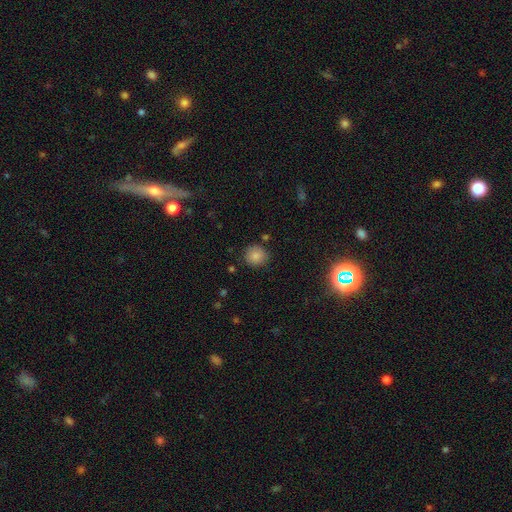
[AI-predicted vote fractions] The model was most divided on "merging": none: 83%, minor disturbance: 12%, major disturbance: 3%, merger: 2%. More confident: how rounded — round (88%); smooth or featured — smooth (82%).